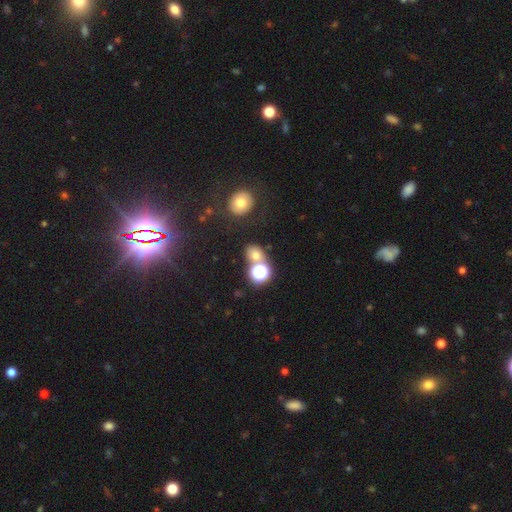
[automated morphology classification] Smooth or featured?
  - smooth: 65% *
  - star or artifact: 26%
  - featured or disk: 8%
How rounded?
  - round: 62% *
  - in between: 36%
  - cigar-shaped: 1%
Merging?
  - none: 62% *
  - merger: 23%
  - minor disturbance: 10%
  - major disturbance: 5%